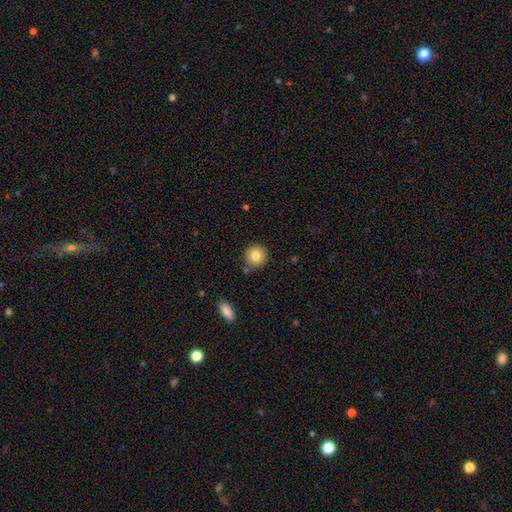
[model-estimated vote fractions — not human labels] A smooth galaxy with no disk features (81%) that is round (89%).

Vote fractions:
- Smooth or featured? smooth: 81% / featured or disk: 10% / star or artifact: 9%
- How rounded? round: 89% / in between: 10% / cigar-shaped: 1%
- Merging? none: 82% / minor disturbance: 11% / merger: 4% / major disturbance: 2%